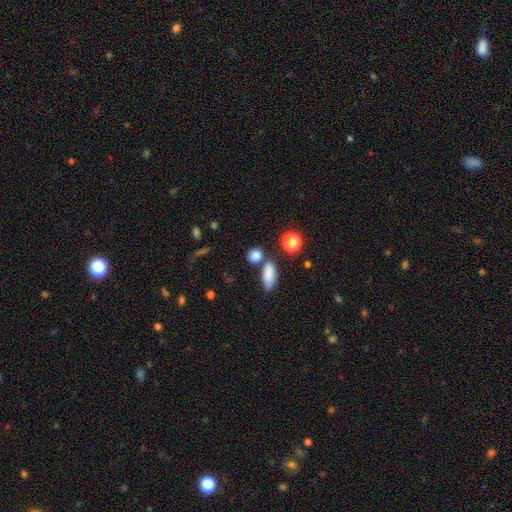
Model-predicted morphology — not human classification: smooth-or-featured: smooth: 83% | star or artifact: 11% | featured or disk: 5%
  how-rounded: round: 59% | in between: 35% | cigar-shaped: 5%
  merging: none: 68% | merger: 17% | minor disturbance: 12% | major disturbance: 4%